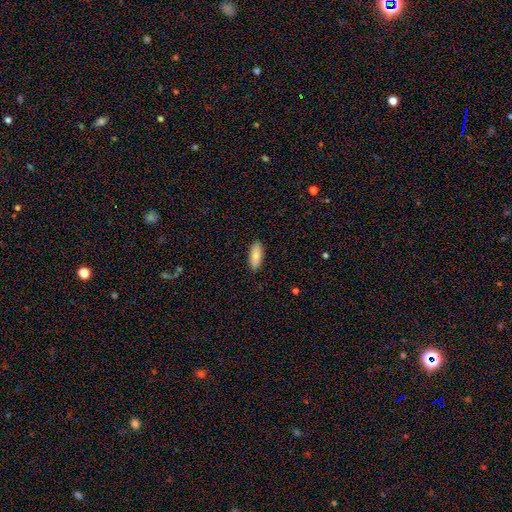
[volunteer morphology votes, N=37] A smooth galaxy with no disk features (81%) that is in between round and cigar-shaped (63%). Merging: none (92%).